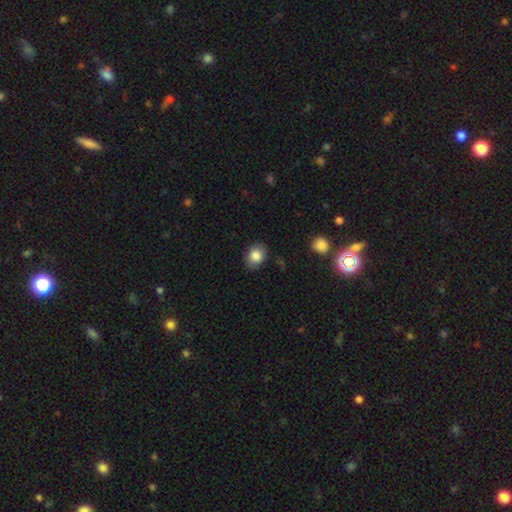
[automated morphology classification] A smooth galaxy with no disk features (85%) that is in between round and cigar-shaped (57%). Merging: none (81%).